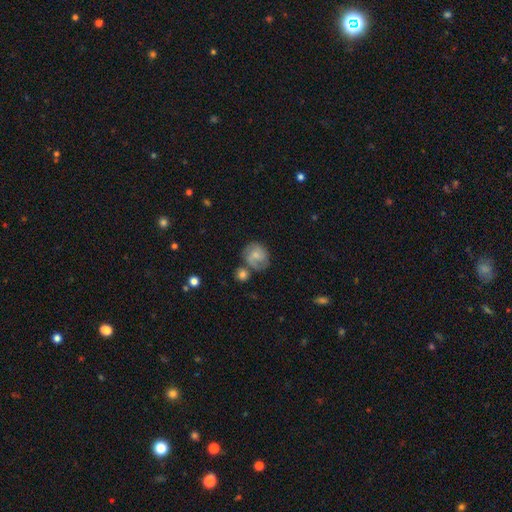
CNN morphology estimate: This appears to be a smooth galaxy with no disk features (56%) that is round (71%). Merging: none (49%).